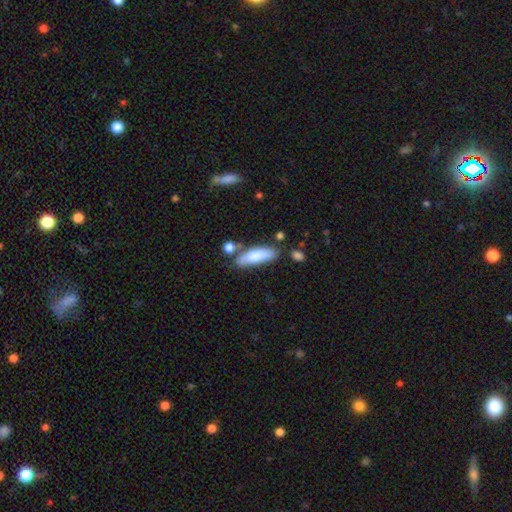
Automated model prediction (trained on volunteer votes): smooth 75%, featured or disk 18%, star or artifact 6%. Down the decision tree: how rounded — cigar-shaped (51%); merging — none (67%).